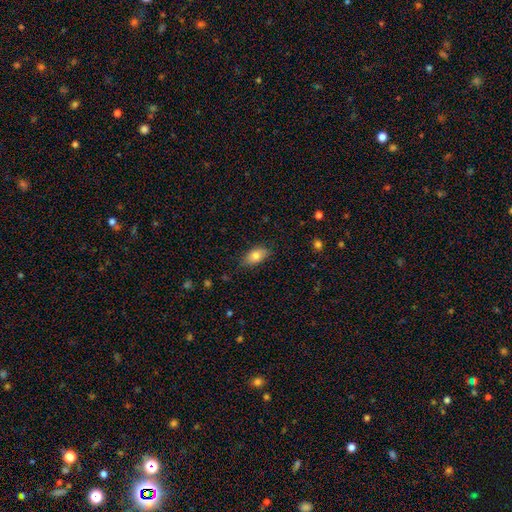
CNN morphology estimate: Overall: smooth (79%). How rounded: in between (89%). Merging: none (80%).